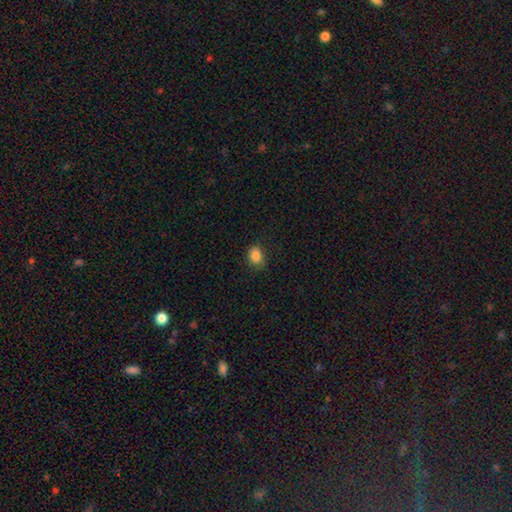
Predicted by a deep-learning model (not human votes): This is clearly a smooth galaxy (86%). How rounded: likely in between (65%). Merging: likely none (80%).